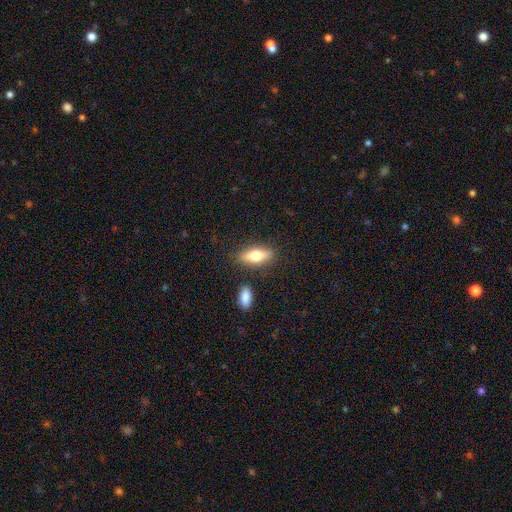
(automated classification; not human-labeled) smooth 65%, featured or disk 28%, star or artifact 7%. Down the decision tree: how rounded — in between (67%); merging — none (81%).